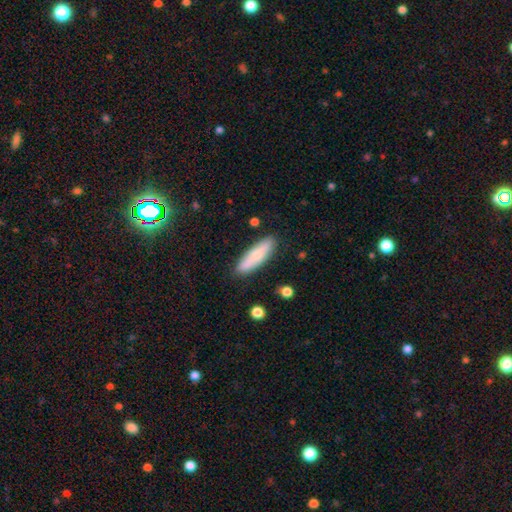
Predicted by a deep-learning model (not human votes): Q: Smooth or featured?
A: smooth (72%); runner-up: featured or disk (22%)
Q: How rounded?
A: cigar-shaped (63%); runner-up: in between (35%)
Q: Merging?
A: none (85%); runner-up: minor disturbance (11%)